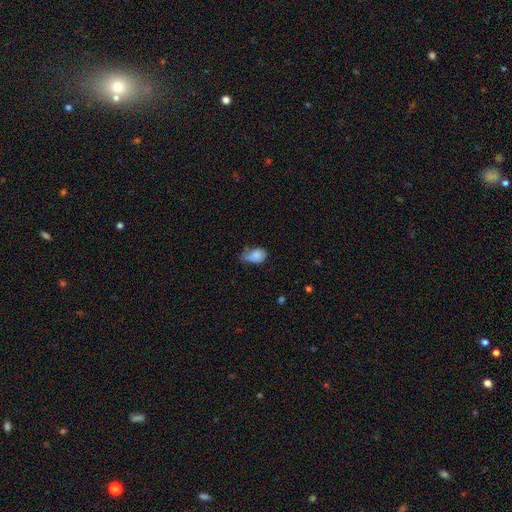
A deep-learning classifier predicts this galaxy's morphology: Overall: smooth (81%). How rounded: in between (84%). Merging: minor disturbance (45%; none 31%).